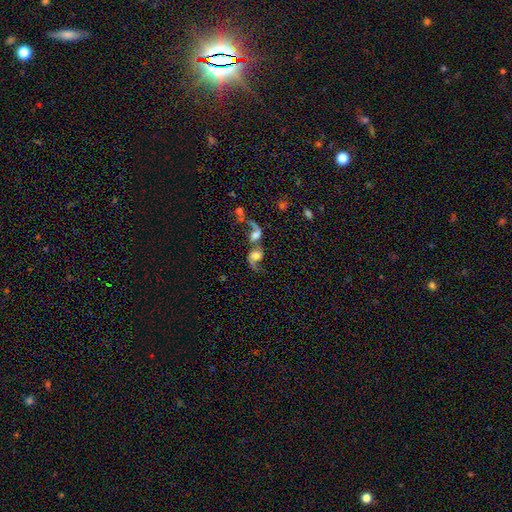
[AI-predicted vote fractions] This is likely a featured or disk galaxy (60%). It is clearly not viewed edge-on (97%). Bar: likely no (62%). Spiral arm pattern: clearly yes (82%). Central bulge: marginally moderate (39%). Merging: likely merger (74%).